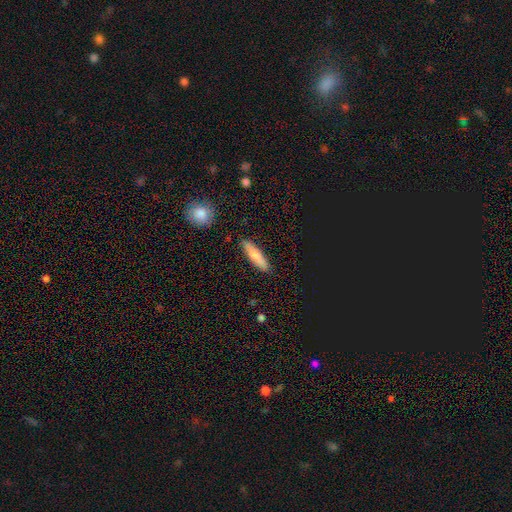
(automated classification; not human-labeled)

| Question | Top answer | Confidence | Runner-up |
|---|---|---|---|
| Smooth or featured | smooth | 77% | featured or disk (17%) |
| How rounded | cigar-shaped | 76% | in between (22%) |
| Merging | none | 87% | minor disturbance (9%) |